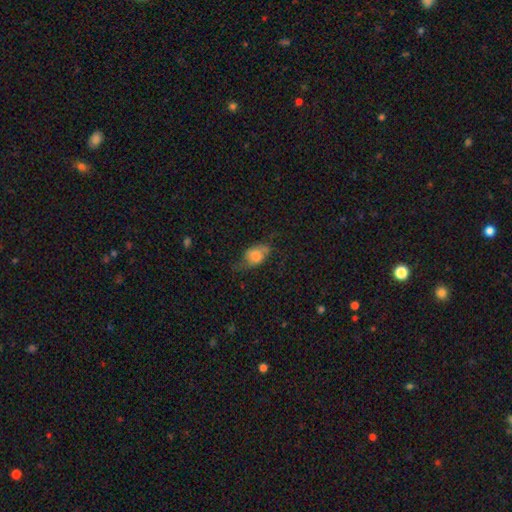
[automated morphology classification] A smooth galaxy with no disk features (69%) that is in between round and cigar-shaped (82%).

Vote fractions:
- Smooth or featured? smooth: 69% / featured or disk: 22% / star or artifact: 10%
- How rounded? in between: 82% / round: 15% / cigar-shaped: 3%
- Merging? none: 45% / minor disturbance: 32% / major disturbance: 21% / merger: 2%